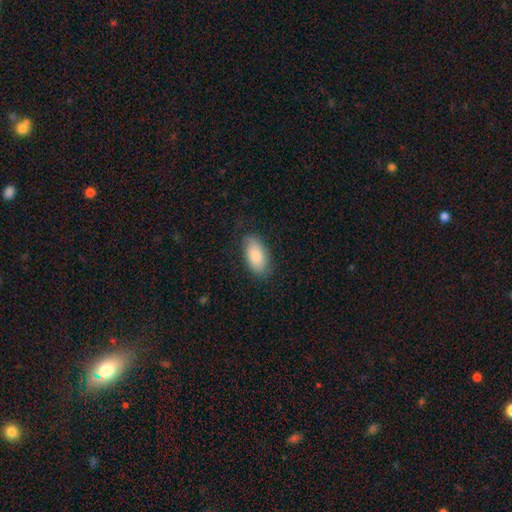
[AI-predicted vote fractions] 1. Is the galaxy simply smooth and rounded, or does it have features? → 82% smooth, 12% featured or disk, 6% star or artifact.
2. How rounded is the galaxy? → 94% in between, 3% cigar-shaped, 3% round.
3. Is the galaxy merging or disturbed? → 75% none, 19% minor disturbance, 5% major disturbance, 1% merger.